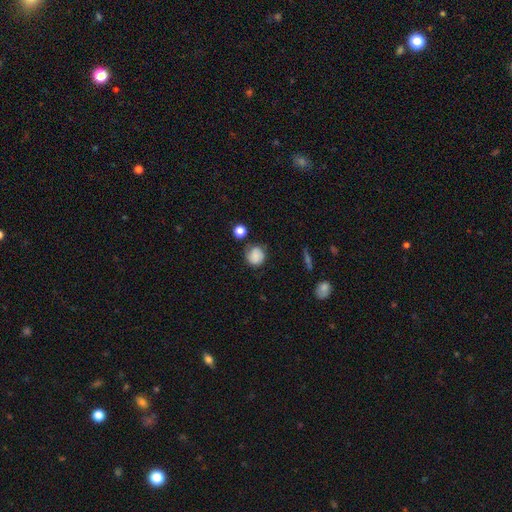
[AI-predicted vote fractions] Smooth or featured? Predicted: smooth (p=0.73). How rounded? Predicted: round (p=0.86). Merging? Predicted: none (p=0.70).